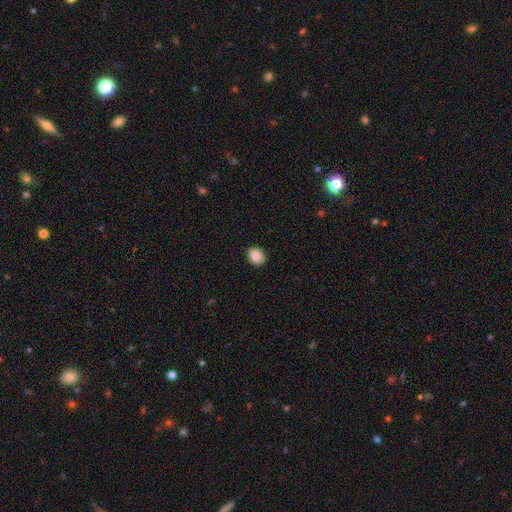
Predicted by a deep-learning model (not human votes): smooth 87%, star or artifact 8%, featured or disk 5%. Down the decision tree: how rounded — in between (50%); merging — none (88%).